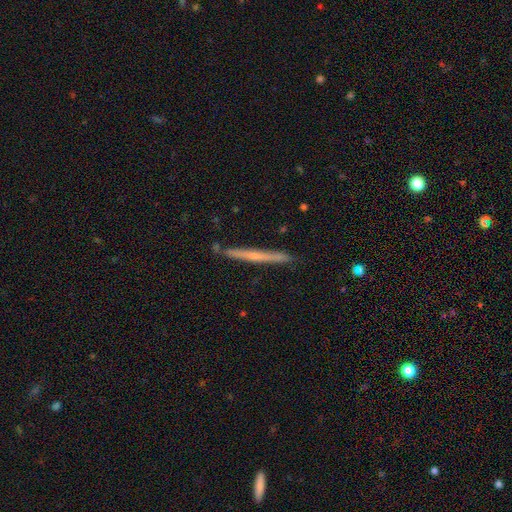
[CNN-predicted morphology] A featured or disk galaxy (58%) viewed edge-on (97%) with no central bulge (62%). Merging: none (89%).